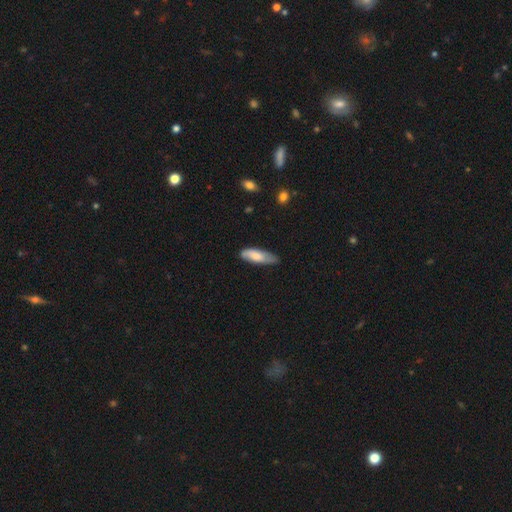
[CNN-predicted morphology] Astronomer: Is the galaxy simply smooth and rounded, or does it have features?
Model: smooth — 71%.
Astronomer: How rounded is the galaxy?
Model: in between — 55% (runner-up: cigar-shaped, 43%).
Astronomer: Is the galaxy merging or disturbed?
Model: none — 68%.